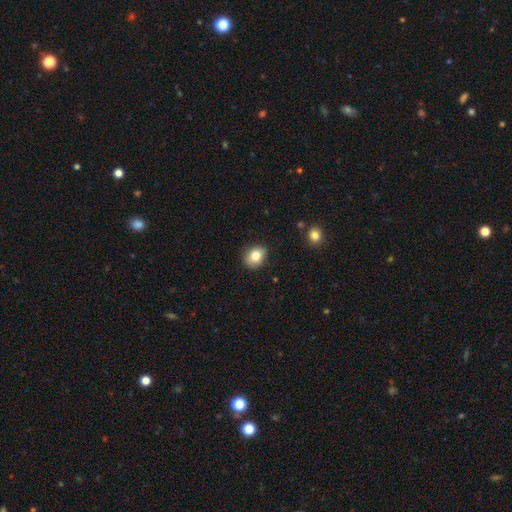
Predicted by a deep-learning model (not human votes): Q: Smooth or featured?
A: smooth (80%); runner-up: featured or disk (10%)
Q: How rounded?
A: round (52%); runner-up: in between (47%)
Q: Merging?
A: none (80%); runner-up: minor disturbance (16%)